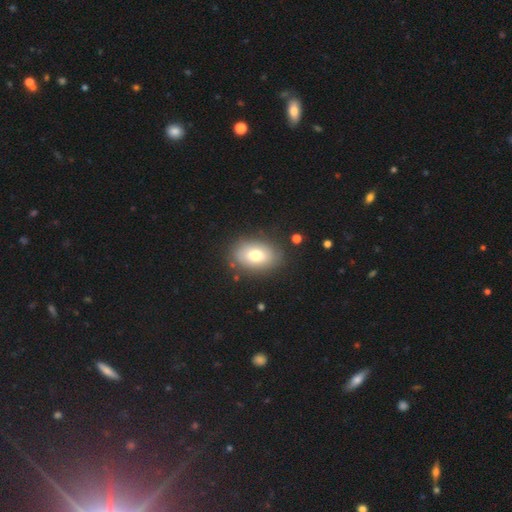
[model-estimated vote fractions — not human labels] A smooth galaxy with no disk features (69%) that is in between round and cigar-shaped (86%). Merging: none (82%).